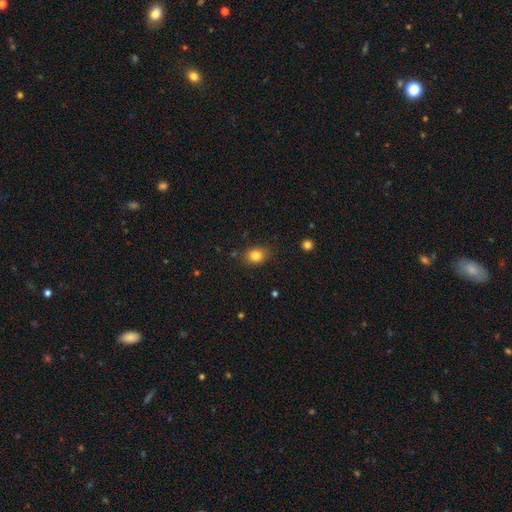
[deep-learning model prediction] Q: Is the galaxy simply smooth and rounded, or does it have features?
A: smooth — 82%.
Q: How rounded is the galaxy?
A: in between — 54%.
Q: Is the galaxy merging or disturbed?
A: none — 82%.